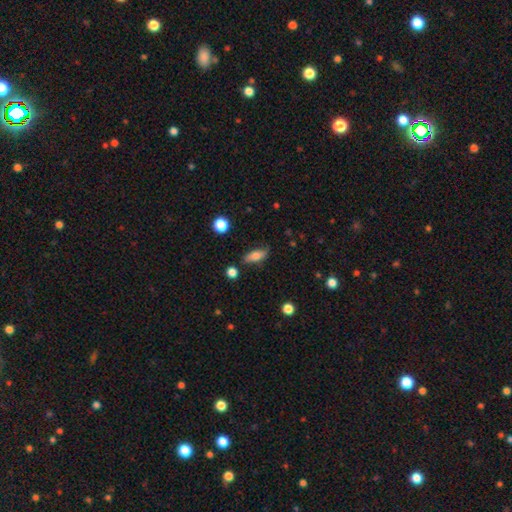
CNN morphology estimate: A smooth galaxy with no disk features (67%) that is in between round and cigar-shaped (69%). Merging: none (72%).